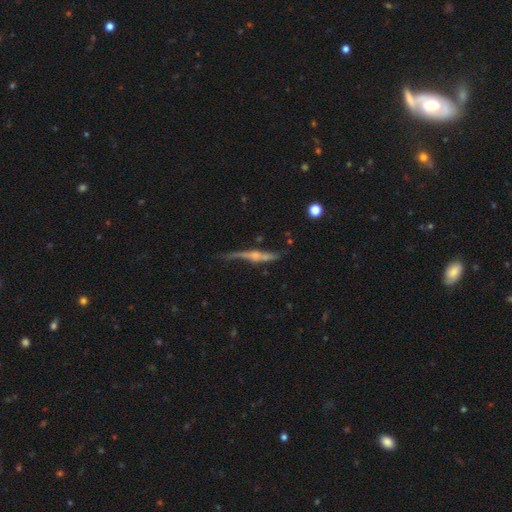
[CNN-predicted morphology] Smooth or featured: featured or disk — 73% (smooth — 20%)
Edge-on disk: yes — 89% (no — 11%)
Edge-on bulge: rounded — 75% (none — 15%)
Merging: none — 57% (minor disturbance — 27%)